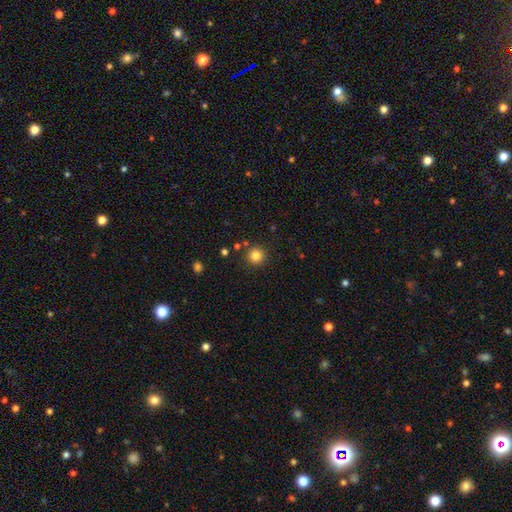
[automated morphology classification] smooth_or_featured: smooth (p=0.83) [alt: star or artifact p=0.12]
how_rounded: round (p=0.95) [alt: in between p=0.04]
merging: none (p=0.88) [alt: minor disturbance p=0.06]